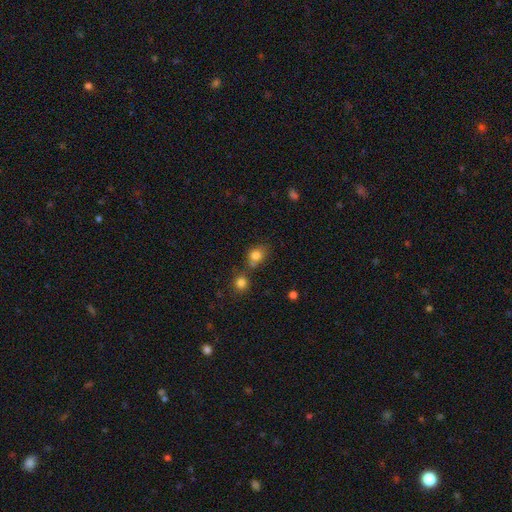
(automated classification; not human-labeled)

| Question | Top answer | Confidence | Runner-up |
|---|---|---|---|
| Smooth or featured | smooth | 80% | star or artifact (12%) |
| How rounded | round | 62% | in between (37%) |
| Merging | none | 56% | merger (24%) |